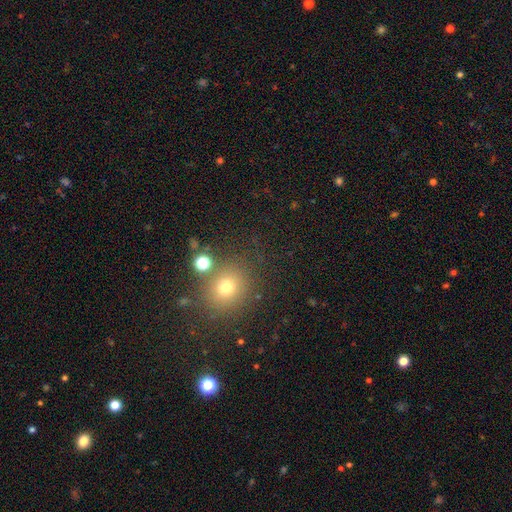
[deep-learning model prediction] Morphology: type=smooth (58%); roundness=round (84%); merging=none (80%).